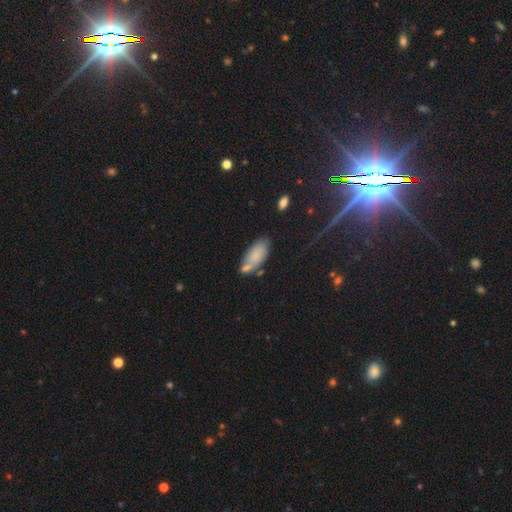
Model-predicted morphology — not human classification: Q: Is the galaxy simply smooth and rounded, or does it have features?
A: smooth — 77%.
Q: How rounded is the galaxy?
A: in between — 86%.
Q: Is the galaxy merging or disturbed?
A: none — 51%.